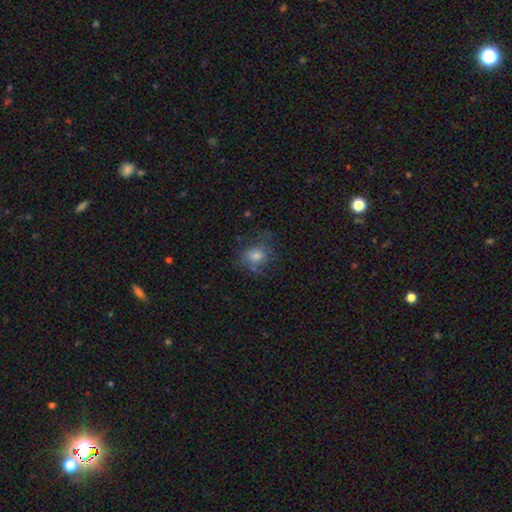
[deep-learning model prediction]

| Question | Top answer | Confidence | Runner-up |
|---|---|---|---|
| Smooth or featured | smooth | 60% | featured or disk (25%) |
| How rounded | round | 57% | in between (41%) |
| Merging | none | 59% | minor disturbance (23%) |